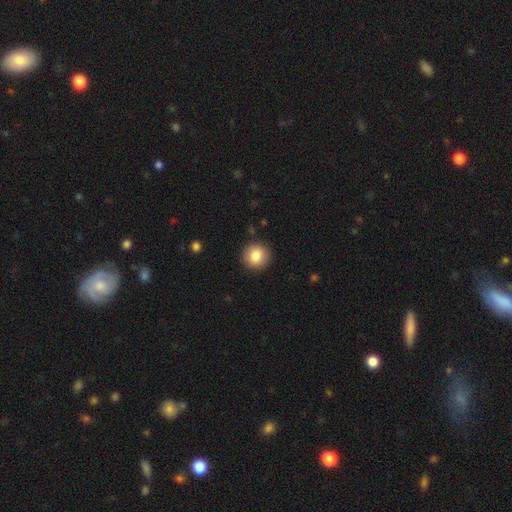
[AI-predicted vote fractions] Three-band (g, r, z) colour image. It shows a smooth galaxy with no disk features (85%) that is round (94%). Merging: none (92%).